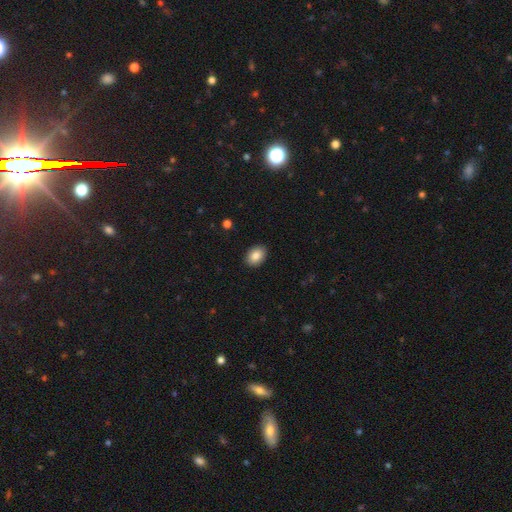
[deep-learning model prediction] This is clearly a smooth galaxy (86%). How rounded: likely in between (78%). Merging: clearly none (90%).